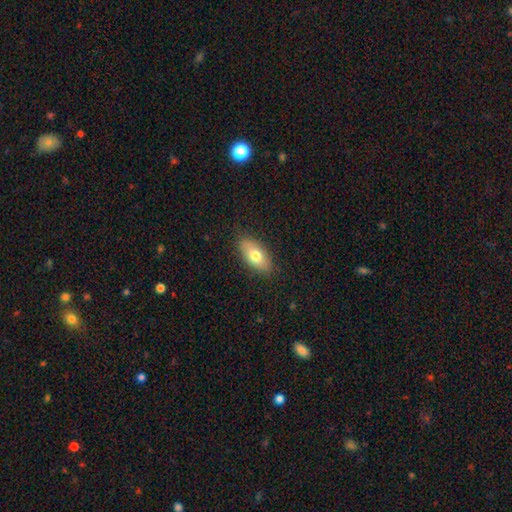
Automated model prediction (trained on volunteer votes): Smooth or featured? Predicted: smooth (p=0.73). How rounded? Predicted: in between (p=0.88). Merging? Predicted: none (p=0.85).